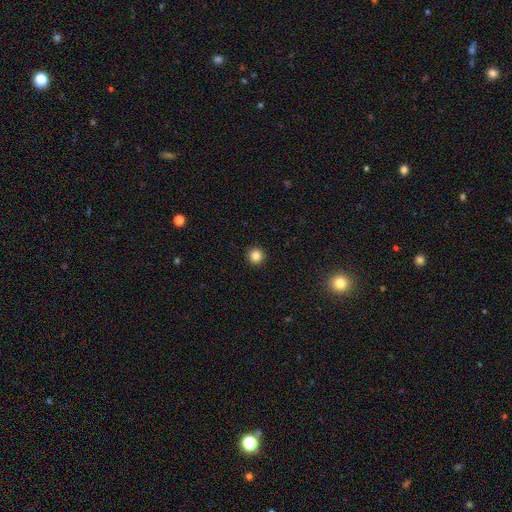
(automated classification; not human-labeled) Smooth or featured? Predicted: smooth (p=0.85). How rounded? Predicted: round (p=0.95). Merging? Predicted: none (p=0.93).